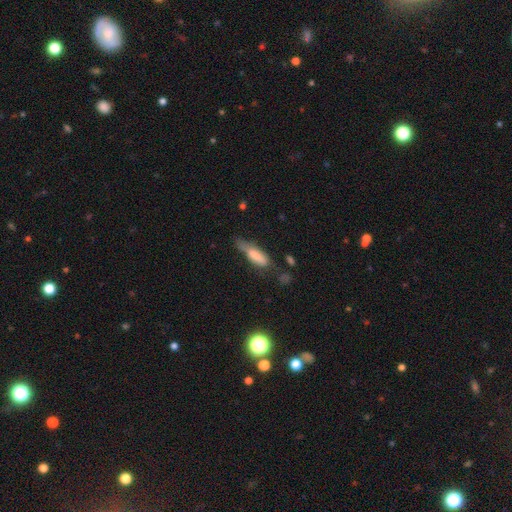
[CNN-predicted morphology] smooth-or-featured: smooth: 74% | featured or disk: 19% | star or artifact: 8%
  how-rounded: in between: 50% | cigar-shaped: 48% | round: 2%
  merging: minor disturbance: 38% | none: 34% | major disturbance: 21% | merger: 6%